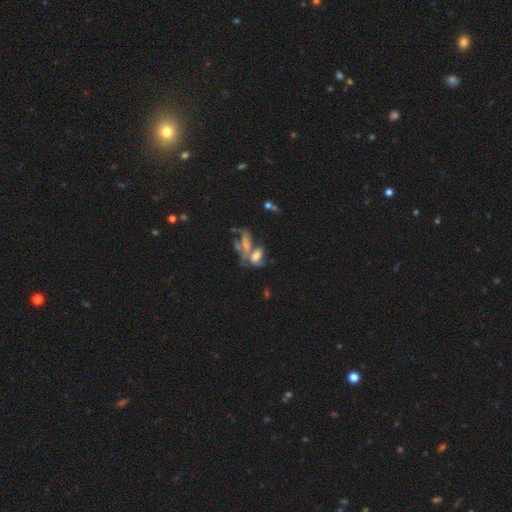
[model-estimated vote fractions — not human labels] Smooth or featured? Predicted: smooth (p=0.47). Merging? Predicted: merger (p=0.52).